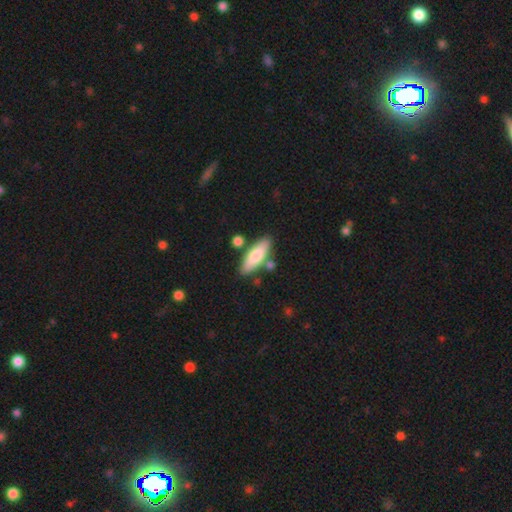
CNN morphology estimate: smooth_or_featured: smooth (p=0.76) [alt: featured or disk p=0.19]
how_rounded: in between (p=0.53) [alt: cigar-shaped p=0.45]
merging: none (p=0.78) [alt: minor disturbance p=0.11]